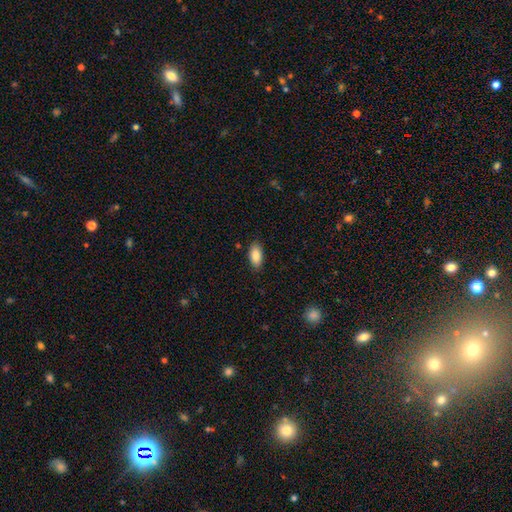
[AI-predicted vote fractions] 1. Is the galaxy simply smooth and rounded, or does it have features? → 87% smooth, 7% star or artifact, 6% featured or disk.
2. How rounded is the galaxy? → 92% in between, 5% cigar-shaped, 3% round.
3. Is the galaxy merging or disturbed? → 86% none, 10% minor disturbance, 2% major disturbance, 1% merger.